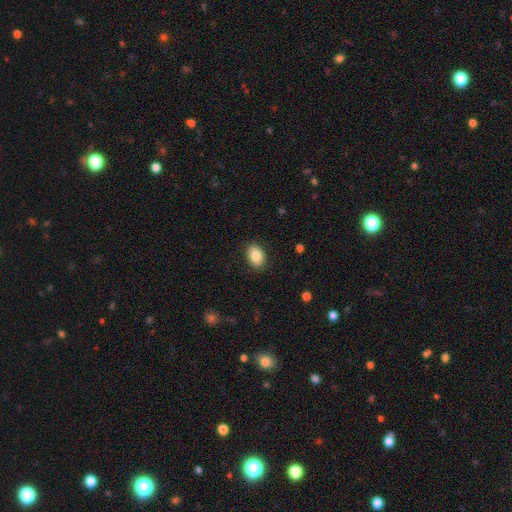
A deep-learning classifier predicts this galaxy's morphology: A smooth galaxy with no disk features (83%) that is in between round and cigar-shaped (77%). Merging: none (88%).